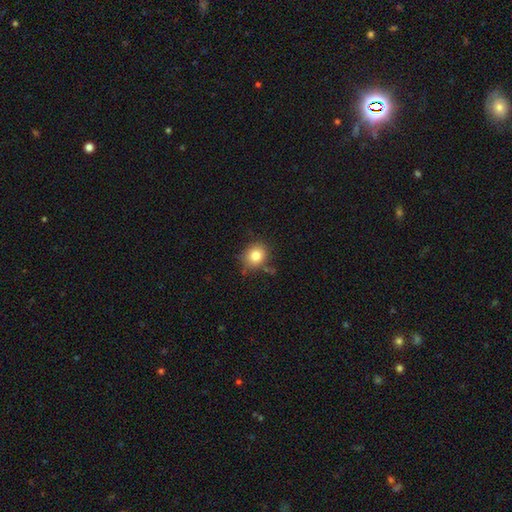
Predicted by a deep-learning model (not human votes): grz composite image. It shows a smooth galaxy with no disk features (82%) that is round (69%). Merging: none (78%).